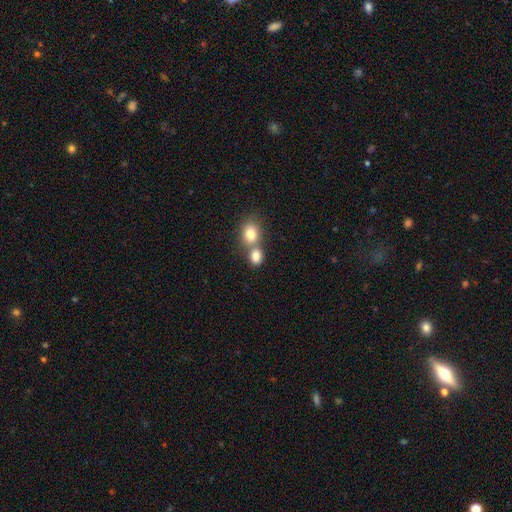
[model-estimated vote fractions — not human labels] Q: Smooth or featured?
A: smooth (81%); runner-up: star or artifact (10%)
Q: How rounded?
A: round (52%); runner-up: in between (47%)
Q: Merging?
A: merger (52%); runner-up: none (38%)